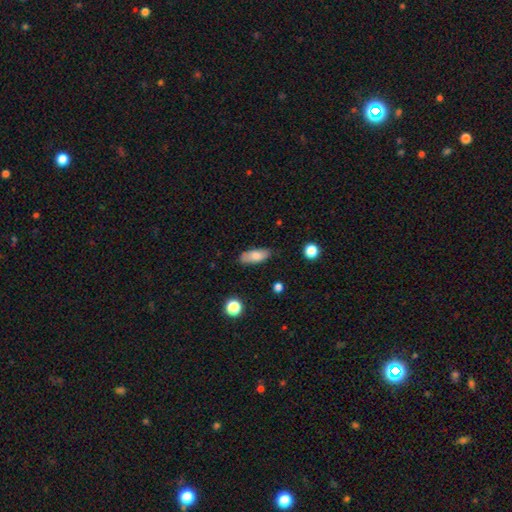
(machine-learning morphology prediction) Q: Smooth or featured?
A: smooth (77%); runner-up: featured or disk (15%)
Q: How rounded?
A: in between (80%); runner-up: cigar-shaped (17%)
Q: Merging?
A: none (79%); runner-up: minor disturbance (16%)